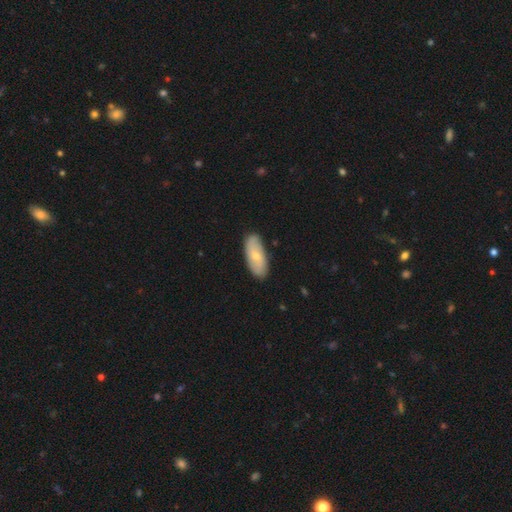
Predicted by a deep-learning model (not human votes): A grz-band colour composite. It shows a smooth galaxy with no disk features (58%) that is in between round and cigar-shaped (82%). Merging: none (86%).